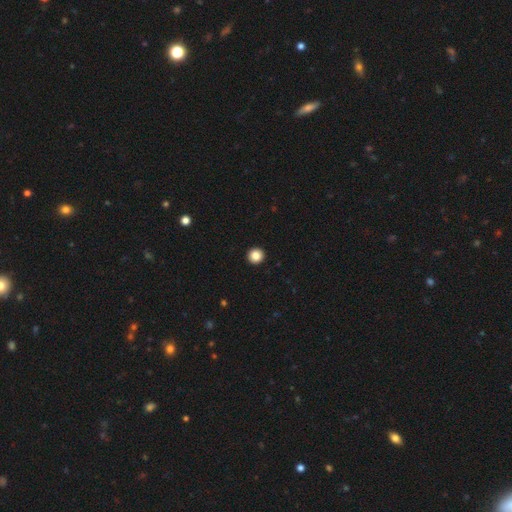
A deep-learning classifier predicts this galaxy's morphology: type=smooth (87%); roundness=round (96%); merging=none (94%).